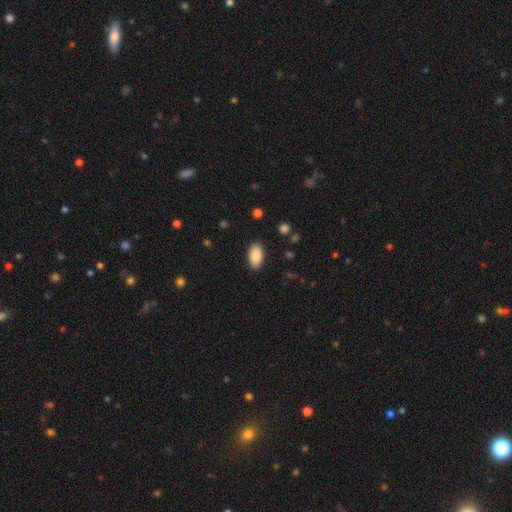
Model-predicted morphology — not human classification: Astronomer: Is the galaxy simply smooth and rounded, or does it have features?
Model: smooth — 87%.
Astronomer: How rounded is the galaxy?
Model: in between — 94%.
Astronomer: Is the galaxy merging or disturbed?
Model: none — 88%.